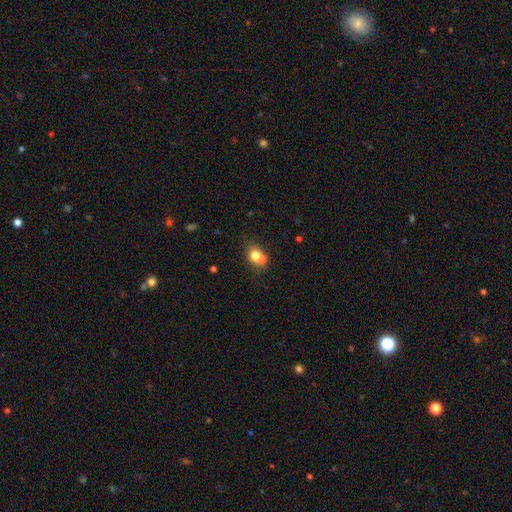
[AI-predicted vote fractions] smooth_or_featured: smooth (p=0.71) [alt: featured or disk p=0.17]
how_rounded: round (p=0.62) [alt: in between p=0.36]
merging: merger (p=0.54) [alt: none p=0.35]